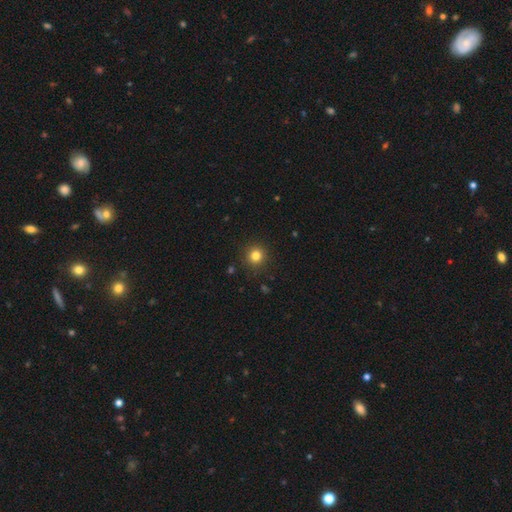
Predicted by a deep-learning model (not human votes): smooth 81%, star or artifact 13%, featured or disk 5%. Down the decision tree: how rounded — round (94%); merging — none (91%).